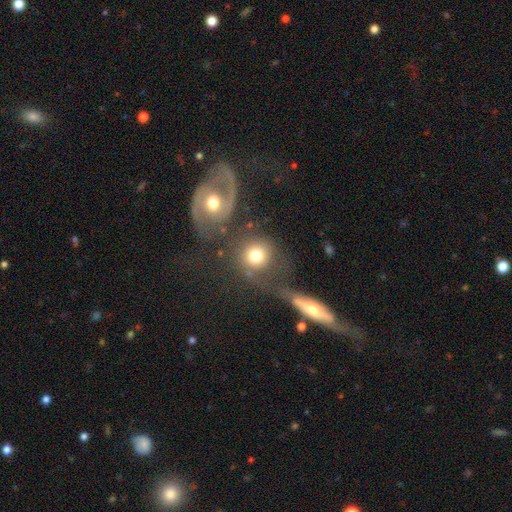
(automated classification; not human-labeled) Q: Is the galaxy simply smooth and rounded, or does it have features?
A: smooth — 69%.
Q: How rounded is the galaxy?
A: round — 85%.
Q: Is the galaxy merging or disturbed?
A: none — 47%.